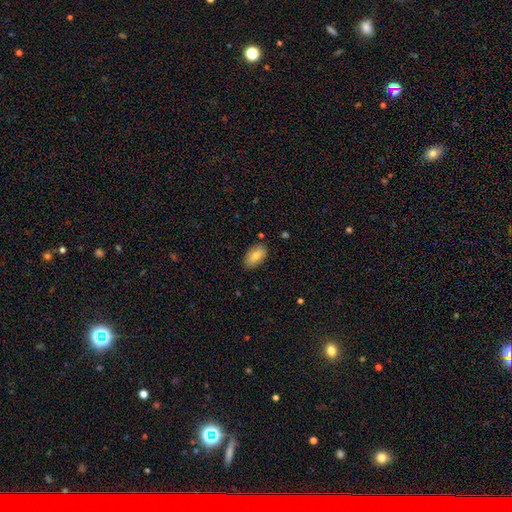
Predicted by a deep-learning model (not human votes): Smooth or featured? smooth (76%)
How rounded? in between (93%)
Merging? none (82%)